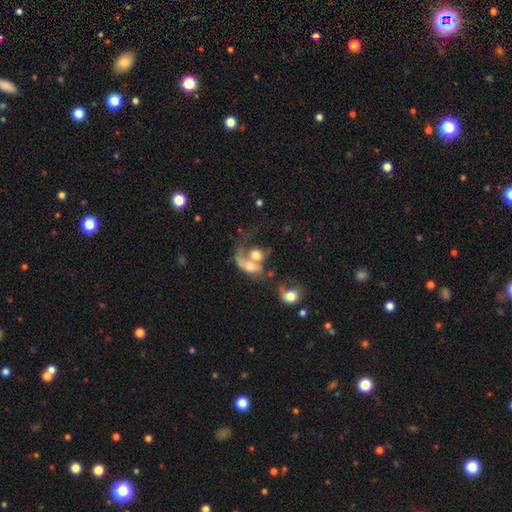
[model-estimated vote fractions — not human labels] Smooth or featured? Predicted: featured or disk (p=0.45). Merging? Predicted: merger (p=0.67).